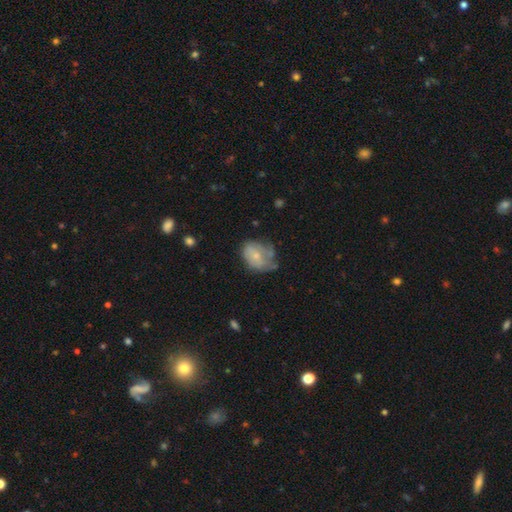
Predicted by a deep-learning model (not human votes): This is possibly a smooth galaxy (58%). How rounded: possibly in between (59%). Merging: marginally none (39%).